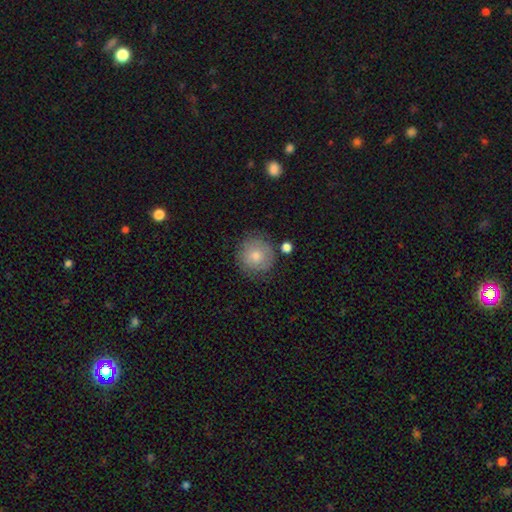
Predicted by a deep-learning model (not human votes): Smooth or featured: smooth — 68% (featured or disk — 23%)
How rounded: round — 93% (in between — 6%)
Merging: none — 79% (minor disturbance — 14%)